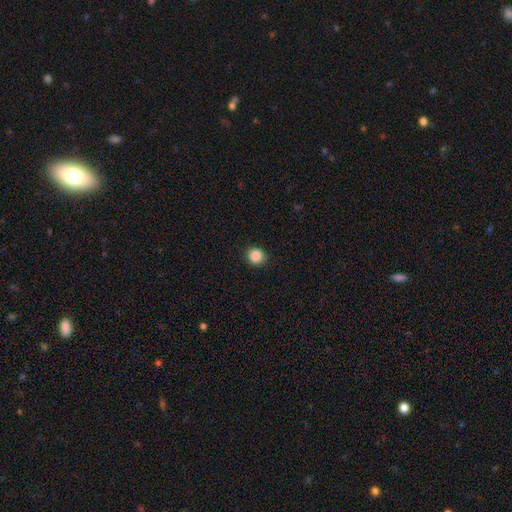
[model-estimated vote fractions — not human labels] This is clearly a smooth galaxy (88%). How rounded: clearly round (87%). Merging: clearly none (89%).